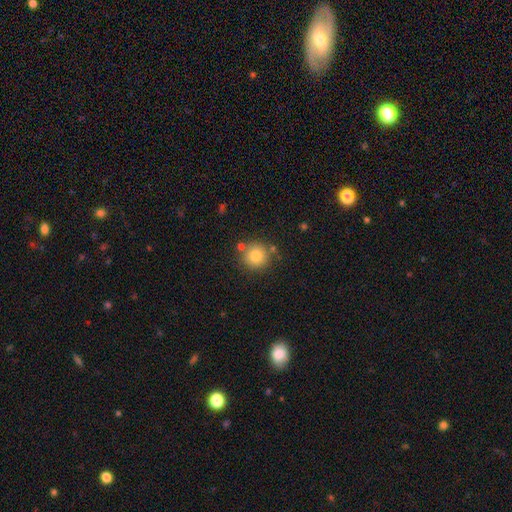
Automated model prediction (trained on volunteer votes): A smooth galaxy with no disk features (81%) that is round (94%). Merging: none (81%).